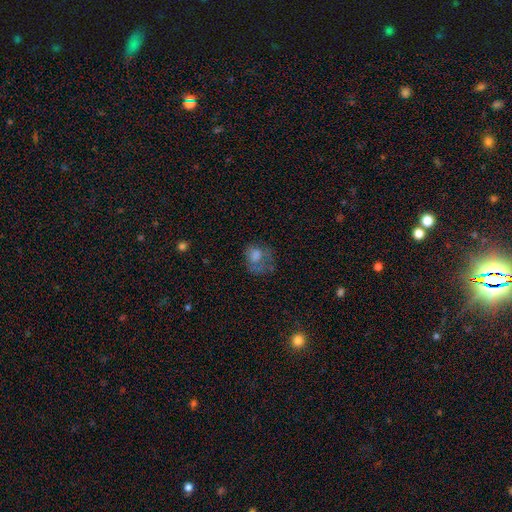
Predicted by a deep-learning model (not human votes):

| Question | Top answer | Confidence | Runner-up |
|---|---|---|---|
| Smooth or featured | smooth | 53% | featured or disk (31%) |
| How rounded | round | 52% | in between (47%) |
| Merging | none | 38% | major disturbance (36%) |